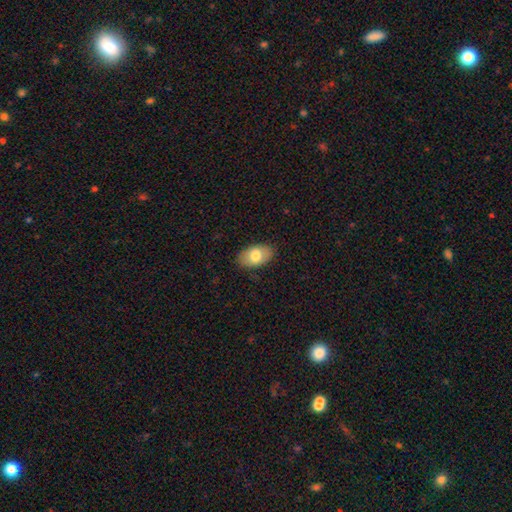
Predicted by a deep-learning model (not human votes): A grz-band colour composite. It shows a smooth galaxy with no disk features (77%) that is in between round and cigar-shaped (92%). Merging: none (86%).